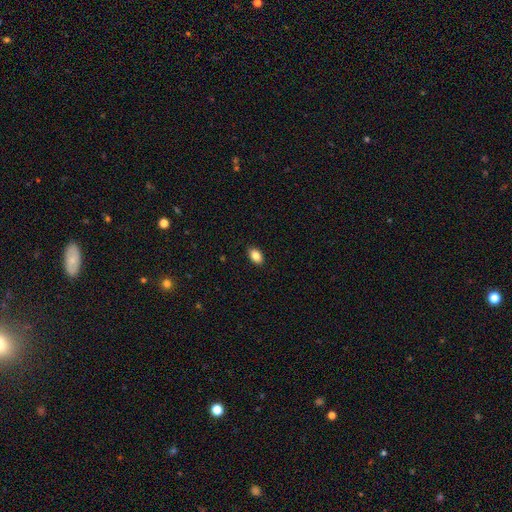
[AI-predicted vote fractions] Smooth or featured? Predicted: smooth (p=0.86). How rounded? Predicted: in between (p=0.89). Merging? Predicted: none (p=0.90).